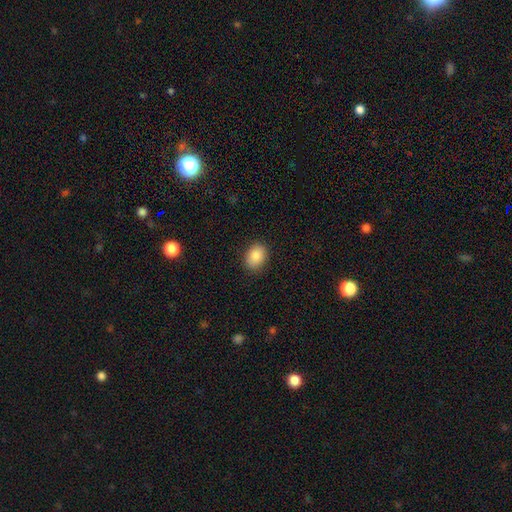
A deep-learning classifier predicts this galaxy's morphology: Smooth or featured? Predicted: smooth (p=0.88). How rounded? Predicted: in between (p=0.73). Merging? Predicted: none (p=0.86).